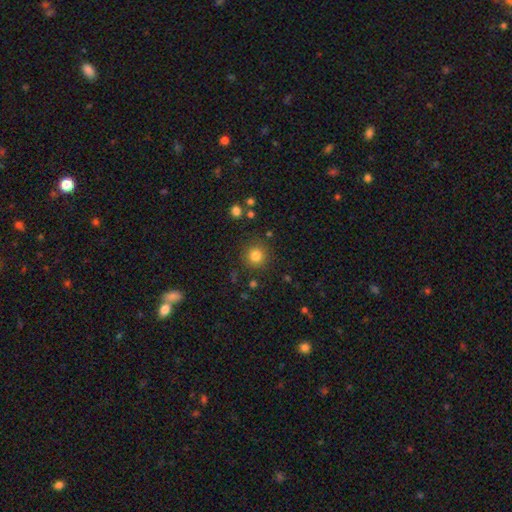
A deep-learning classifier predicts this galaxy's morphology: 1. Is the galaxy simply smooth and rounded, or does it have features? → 82% smooth, 13% star or artifact, 6% featured or disk.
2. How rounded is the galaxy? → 93% round, 6% in between, 1% cigar-shaped.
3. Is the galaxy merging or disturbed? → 87% none, 8% minor disturbance, 3% major disturbance, 2% merger.